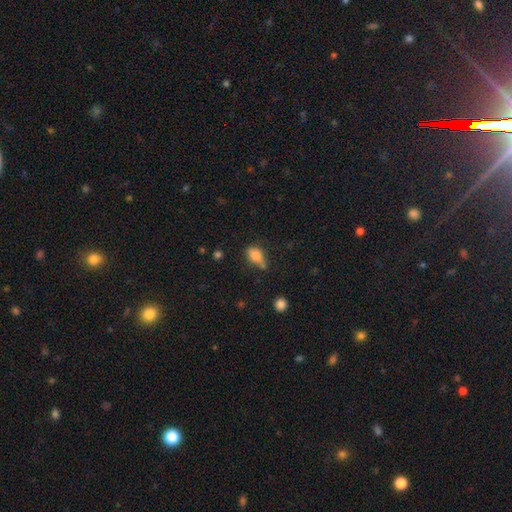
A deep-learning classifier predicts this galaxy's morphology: The model was most divided on "merging": none: 41%, minor disturbance: 35%, major disturbance: 14%, merger: 10%. More confident: how rounded — in between (82%); smooth or featured — smooth (80%).